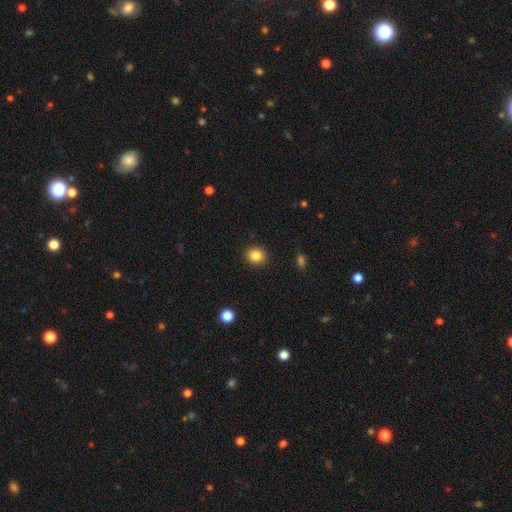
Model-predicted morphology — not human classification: smooth 85%, star or artifact 10%, featured or disk 5%. Down the decision tree: how rounded — round (76%); merging — none (91%).